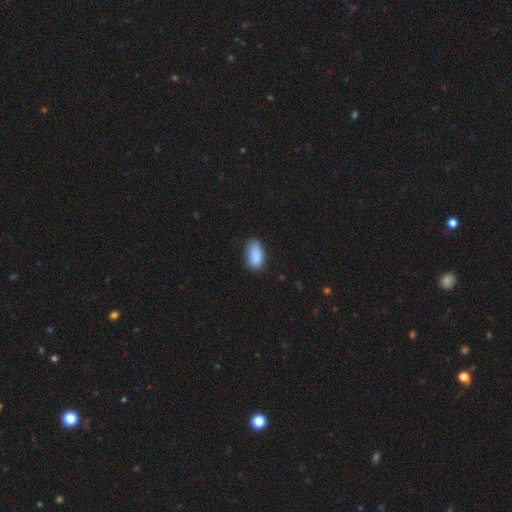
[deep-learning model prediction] A smooth galaxy with no disk features (87%) that is in between round and cigar-shaped (92%).

Vote fractions:
- Smooth or featured? smooth: 87% / star or artifact: 8% / featured or disk: 5%
- How rounded? in between: 92% / cigar-shaped: 5% / round: 3%
- Merging? none: 67% / minor disturbance: 27% / major disturbance: 5% / merger: 2%